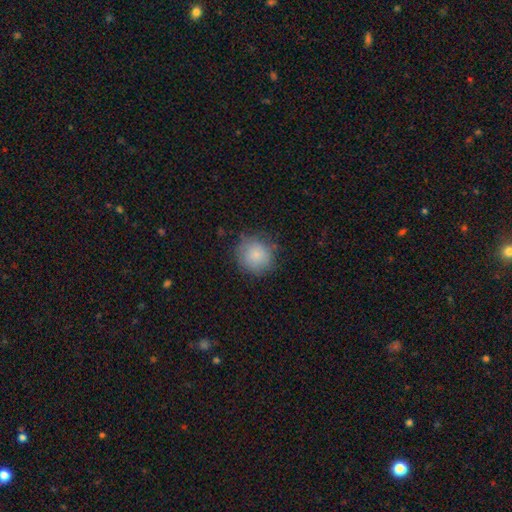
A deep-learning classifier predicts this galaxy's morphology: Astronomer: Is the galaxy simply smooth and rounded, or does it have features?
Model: smooth — 82%.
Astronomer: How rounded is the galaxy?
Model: round — 89%.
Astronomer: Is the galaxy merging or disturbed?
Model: none — 79%.